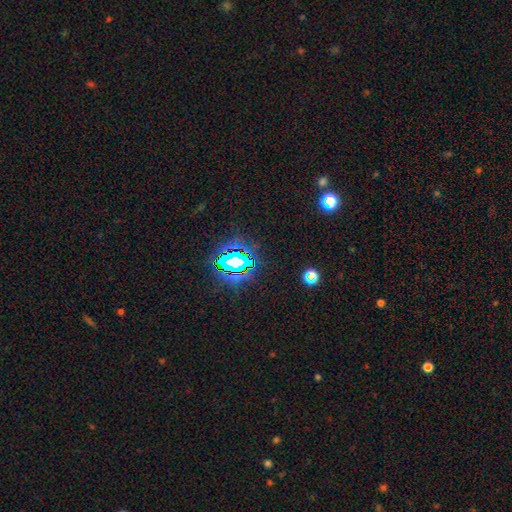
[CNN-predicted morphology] star or artifact 76%, smooth 15%, featured or disk 9%.